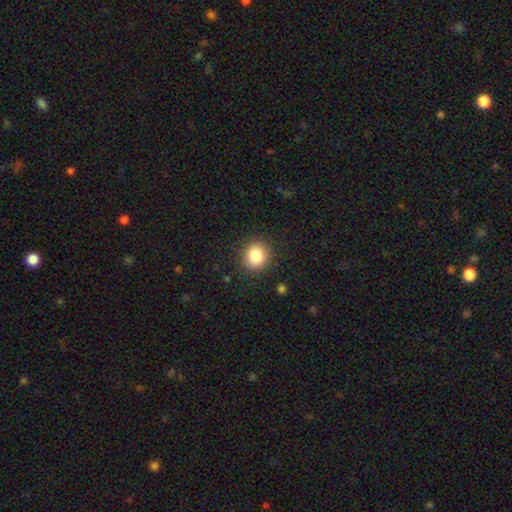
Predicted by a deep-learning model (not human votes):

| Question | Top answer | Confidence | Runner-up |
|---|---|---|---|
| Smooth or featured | smooth | 84% | star or artifact (10%) |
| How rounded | round | 85% | in between (14%) |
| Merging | none | 89% | minor disturbance (7%) |